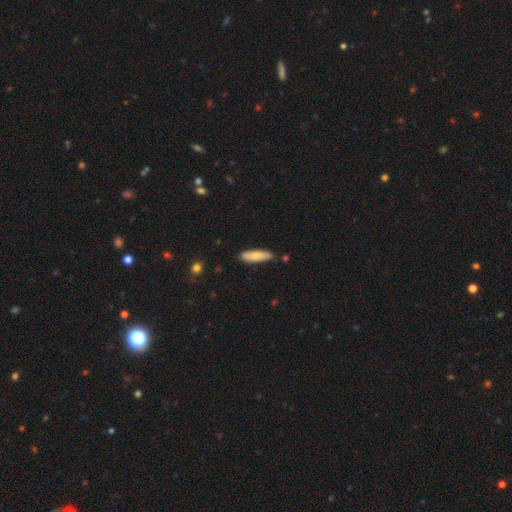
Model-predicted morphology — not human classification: A smooth galaxy with no disk features (75%) that is cigar-shaped (61%). Merging: none (84%).